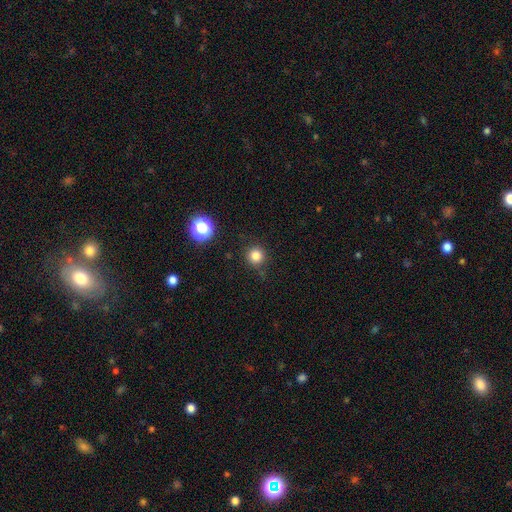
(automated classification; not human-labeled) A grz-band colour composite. It shows a smooth galaxy with no disk features (81%) that is round (95%). Merging: none (83%).